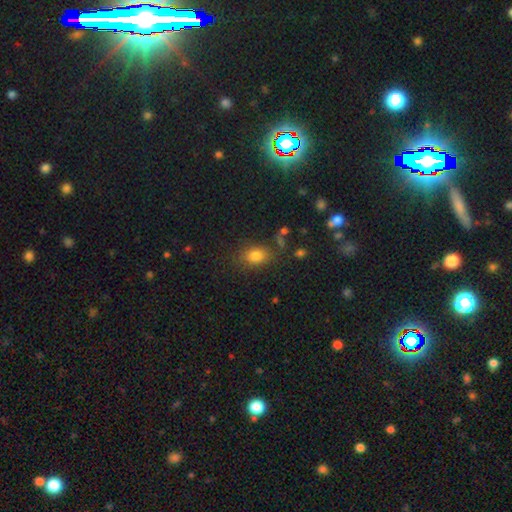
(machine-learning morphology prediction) Smooth or featured? smooth (80%)
How rounded? in between (71%)
Merging? none (77%)